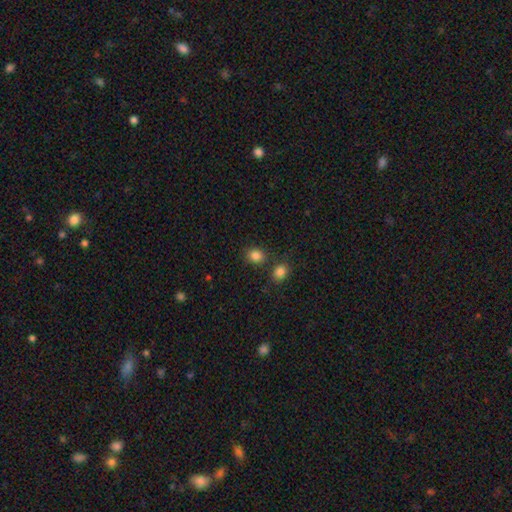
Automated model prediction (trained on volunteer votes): Smooth or featured?
  - smooth: 85% *
  - star or artifact: 11%
  - featured or disk: 4%
How rounded?
  - round: 67% *
  - in between: 32%
  - cigar-shaped: 1%
Merging?
  - none: 76% *
  - merger: 12%
  - minor disturbance: 9%
  - major disturbance: 3%